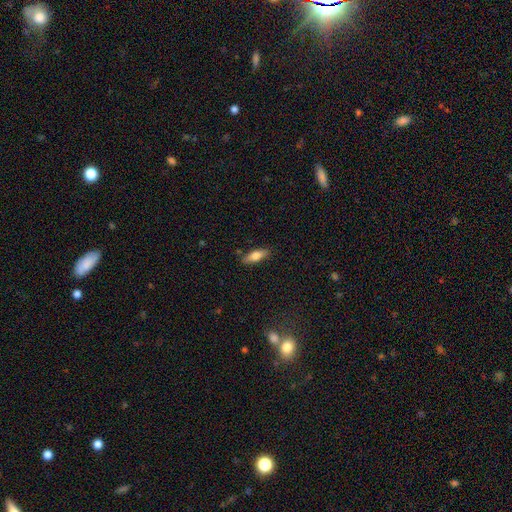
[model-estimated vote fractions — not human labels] The model was most divided on "how rounded": in between: 58%, cigar-shaped: 40%, round: 2%. More confident: merging — none (85%); smooth or featured — smooth (70%).